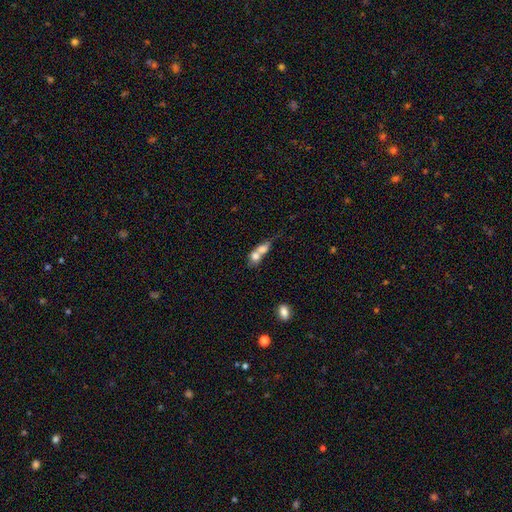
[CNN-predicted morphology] Smooth or featured: smooth — 69% (featured or disk — 22%)
How rounded: in between — 49% (round — 42%)
Merging: merger — 73% (none — 15%)